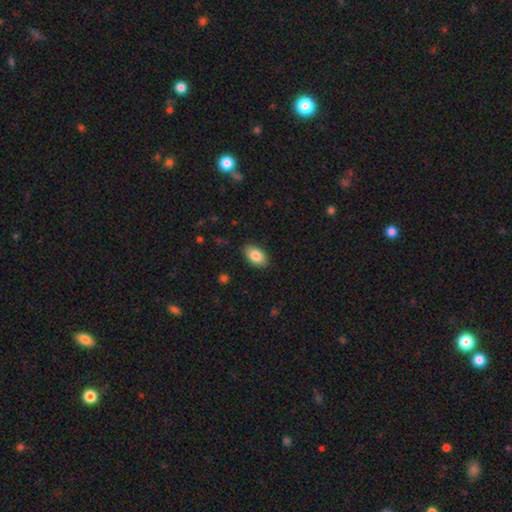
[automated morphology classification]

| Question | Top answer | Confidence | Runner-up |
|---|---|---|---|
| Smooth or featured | smooth | 85% | featured or disk (8%) |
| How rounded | in between | 92% | round (6%) |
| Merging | none | 87% | minor disturbance (10%) |